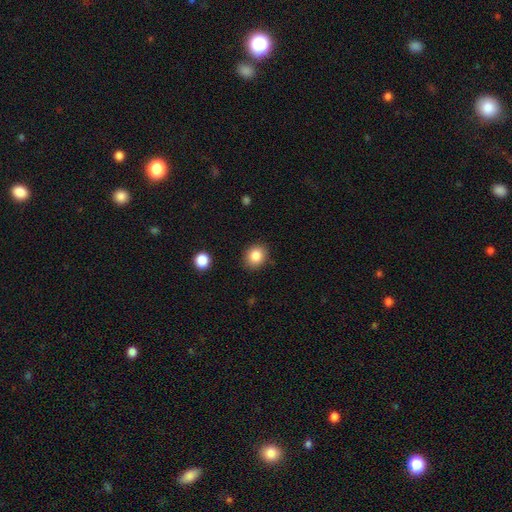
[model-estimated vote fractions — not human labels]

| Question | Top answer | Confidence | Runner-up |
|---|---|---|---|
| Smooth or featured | smooth | 85% | star or artifact (10%) |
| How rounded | round | 65% | in between (35%) |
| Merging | none | 86% | minor disturbance (10%) |